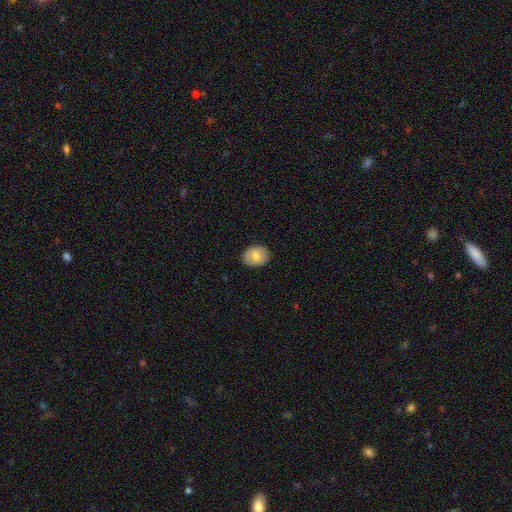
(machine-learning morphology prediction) Q: Smooth or featured?
A: smooth (72%); runner-up: featured or disk (21%)
Q: How rounded?
A: in between (54%); runner-up: round (45%)
Q: Merging?
A: none (86%); runner-up: minor disturbance (11%)